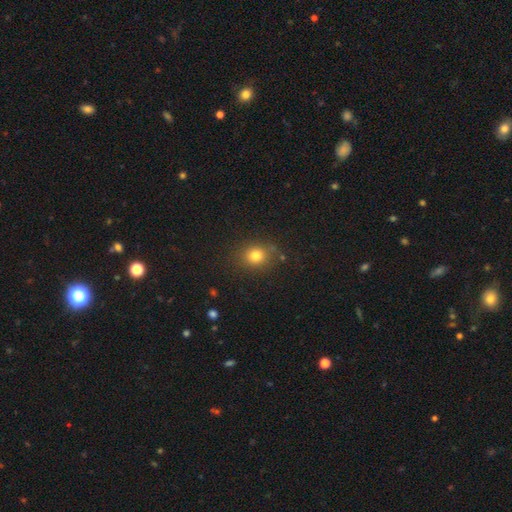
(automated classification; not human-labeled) This appears to be a smooth galaxy with no disk features (79%) that is round (72%). Merging: none (82%).